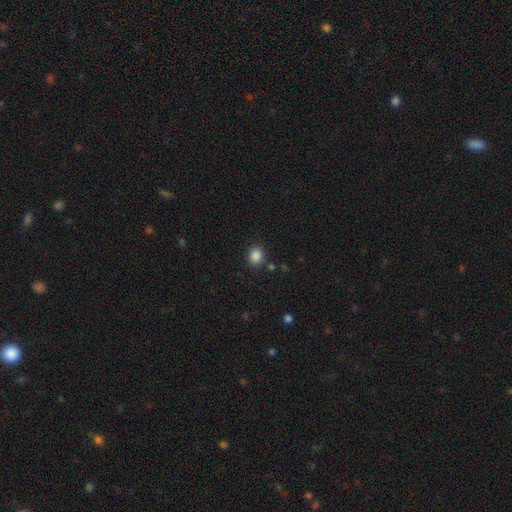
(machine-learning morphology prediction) smooth-or-featured: smooth: 86% | star or artifact: 10% | featured or disk: 3%
  how-rounded: round: 53% | in between: 46% | cigar-shaped: 1%
  merging: none: 83% | minor disturbance: 10% | merger: 3% | major disturbance: 3%